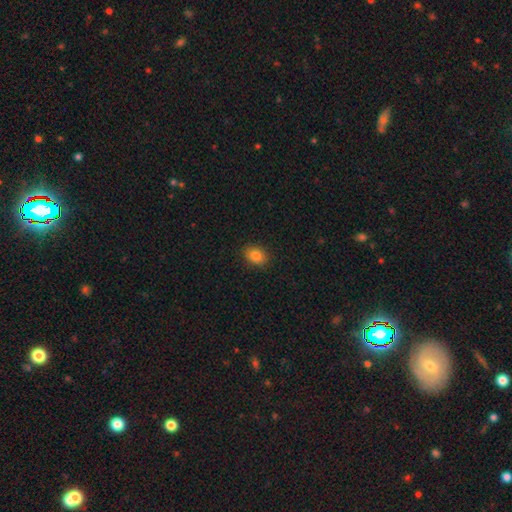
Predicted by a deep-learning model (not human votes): A smooth galaxy with no disk features (84%) that is in between round and cigar-shaped (61%).

Vote fractions:
- Smooth or featured? smooth: 84% / star or artifact: 10% / featured or disk: 6%
- How rounded? in between: 61% / round: 38% / cigar-shaped: 1%
- Merging? none: 89% / minor disturbance: 8% / major disturbance: 2% / merger: 1%